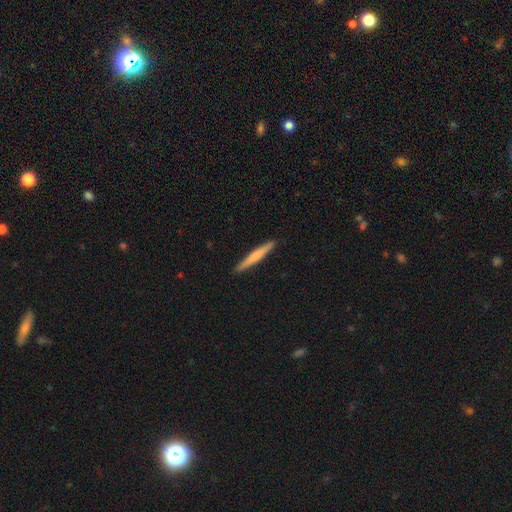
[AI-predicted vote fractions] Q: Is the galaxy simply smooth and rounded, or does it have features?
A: smooth — 59%.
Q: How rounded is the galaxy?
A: cigar-shaped — 96%.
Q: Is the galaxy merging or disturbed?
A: none — 92%.